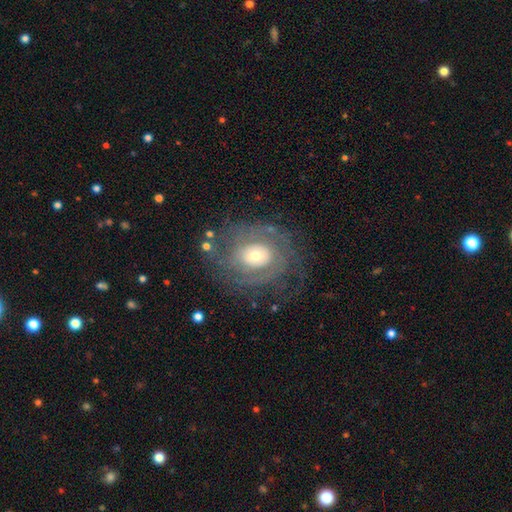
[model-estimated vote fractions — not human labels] The model was most divided on "bulge size": moderate: 49%, small: 36%, large: 12%, dominant: 2%, none: 1%. Remaining: edge-on disk — no (97%); bar — no (78%); spiral arms — yes (75%); smooth or featured — featured or disk (72%); merging — none (69%); spiral winding — tight (62%); spiral arm count — can't tell (45%).